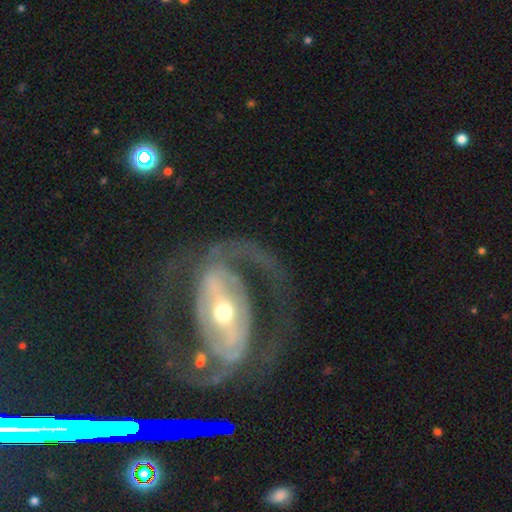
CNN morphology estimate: smooth_or_featured: featured or disk (p=0.88) [alt: smooth p=0.06]
disk_edge_on: no (p=0.95) [alt: yes p=0.05]
bar: strong (p=0.64) [alt: weak p=0.24]
has_spiral_arms: yes (p=0.91) [alt: no p=0.09]
spiral_winding: medium (p=0.54) [alt: tight p=0.25]
spiral_arm_count: 2 (p=0.89) [alt: can't tell p=0.04]
bulge_size: moderate (p=0.60) [alt: small p=0.32]
merging: none (p=0.67) [alt: major disturbance p=0.18]